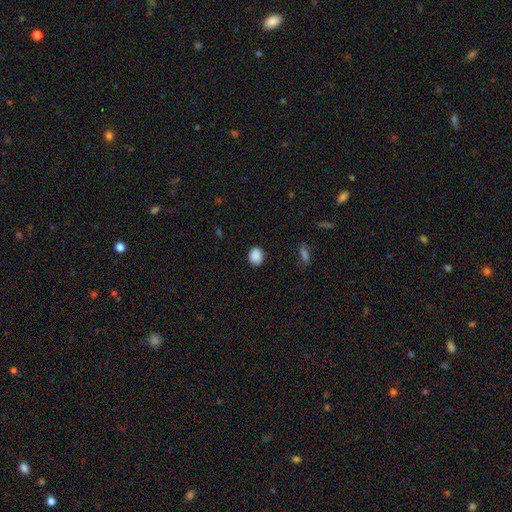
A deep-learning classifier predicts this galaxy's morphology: Smooth or featured? smooth (88%)
How rounded? round (68%)
Merging? none (88%)